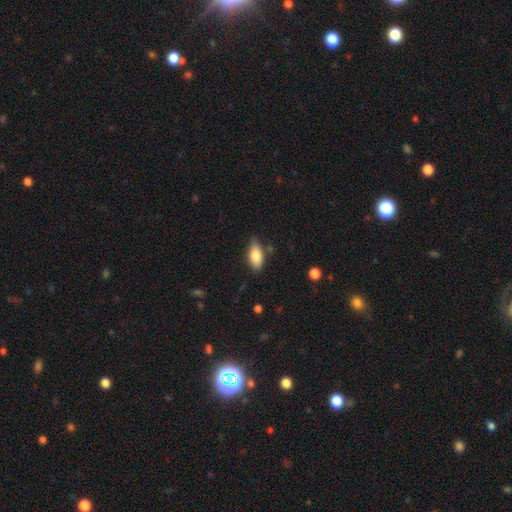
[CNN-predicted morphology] This is clearly a smooth galaxy (81%). How rounded: clearly in between (88%). Merging: likely none (74%).